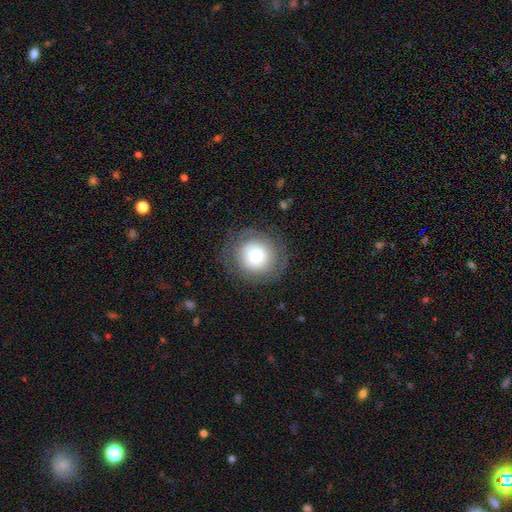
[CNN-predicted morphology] type=smooth (64%); roundness=round (91%); merging=none (77%).